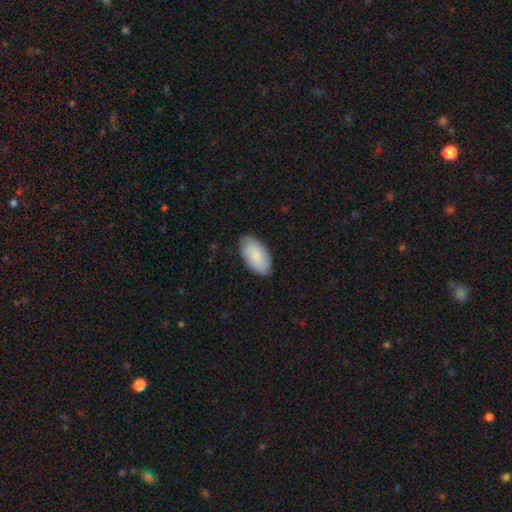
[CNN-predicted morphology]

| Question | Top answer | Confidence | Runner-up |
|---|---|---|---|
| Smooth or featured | smooth | 88% | featured or disk (7%) |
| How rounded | in between | 96% | cigar-shaped (2%) |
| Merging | none | 85% | minor disturbance (12%) |